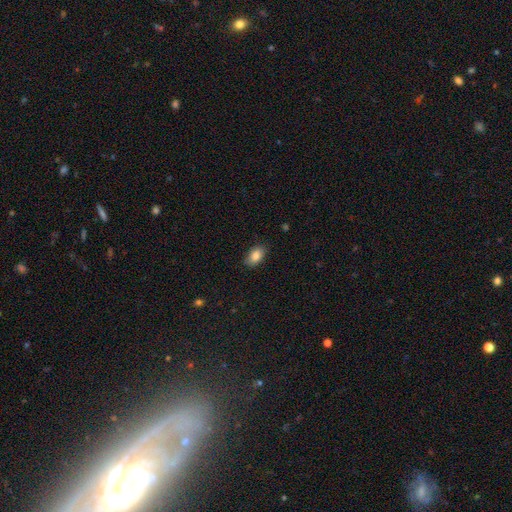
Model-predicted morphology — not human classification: Smooth or featured: smooth — 86% (star or artifact — 8%)
How rounded: in between — 91% (round — 7%)
Merging: none — 86% (minor disturbance — 11%)